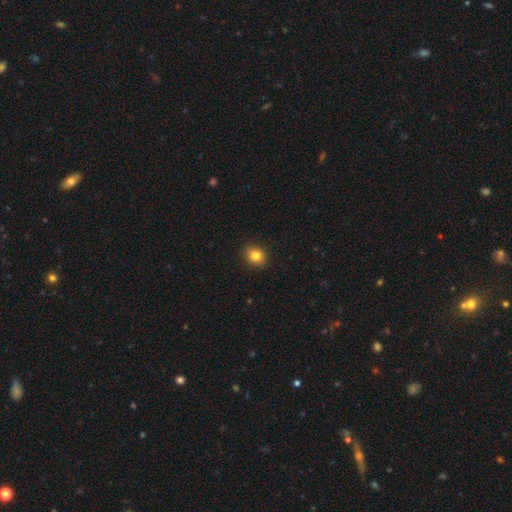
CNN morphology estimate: Q: Smooth or featured?
A: smooth (84%); runner-up: star or artifact (11%)
Q: How rounded?
A: round (73%); runner-up: in between (26%)
Q: Merging?
A: none (91%); runner-up: minor disturbance (7%)